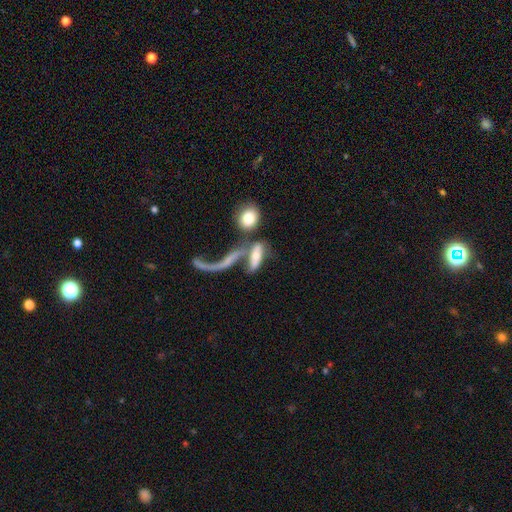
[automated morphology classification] This is possibly a smooth galaxy (47%). Merging: marginally merger (45%).